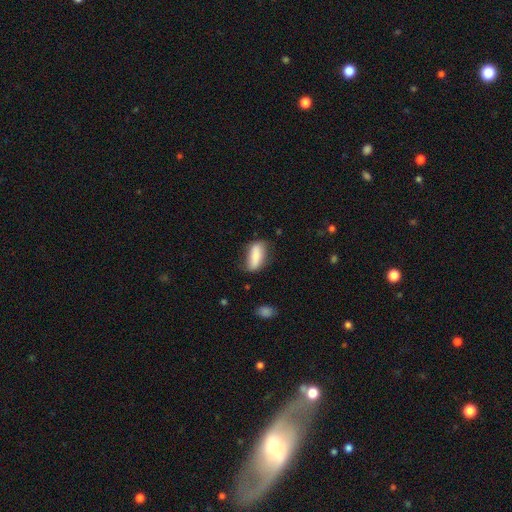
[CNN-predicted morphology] This appears to be a smooth galaxy with no disk features (78%) that is in between round and cigar-shaped (72%). Merging: none (64%).